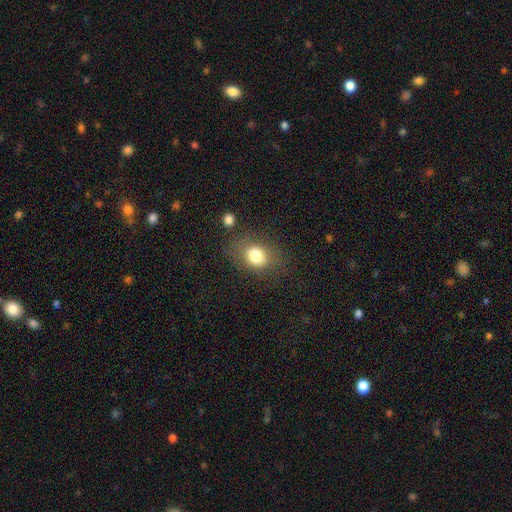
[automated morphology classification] A smooth galaxy with no disk features (79%) that is in between round and cigar-shaped (51%). Merging: none (68%).